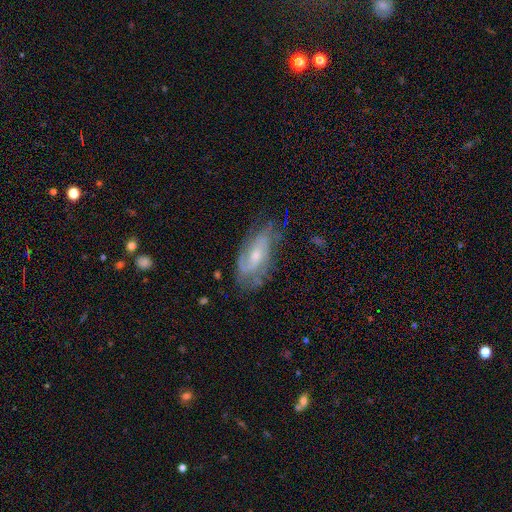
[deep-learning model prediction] Smooth or featured: featured or disk — 73% (smooth — 19%)
Edge-on disk: no — 90% (yes — 10%)
Bar: no — 52% (weak — 38%)
Spiral arms: yes — 88% (no — 12%)
Spiral winding: medium — 42% (tight — 37%)
Spiral arm count: 2 — 46% (can't tell — 32%)
Bulge size: small — 47% (moderate — 46%)
Merging: none — 65% (minor disturbance — 23%)